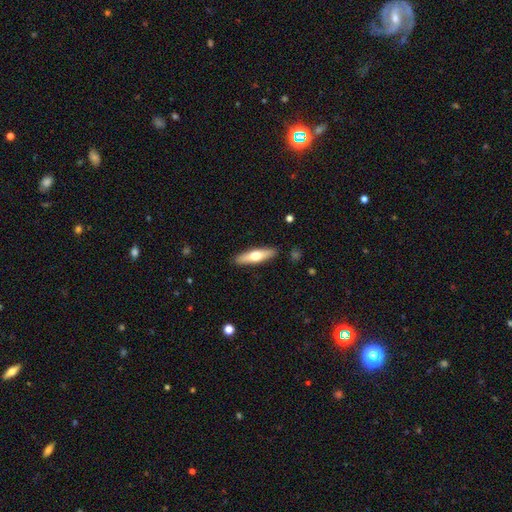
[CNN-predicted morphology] smooth-or-featured: smooth: 51% | featured or disk: 44% | star or artifact: 5%
  how-rounded: cigar-shaped: 72% | in between: 26% | round: 2%
  merging: none: 90% | minor disturbance: 7% | major disturbance: 2% | merger: 1%